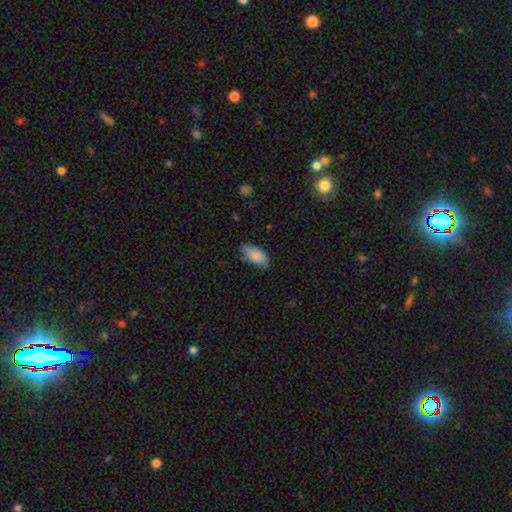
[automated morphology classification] type=smooth (81%); roundness=in between (90%); merging=none (71%).